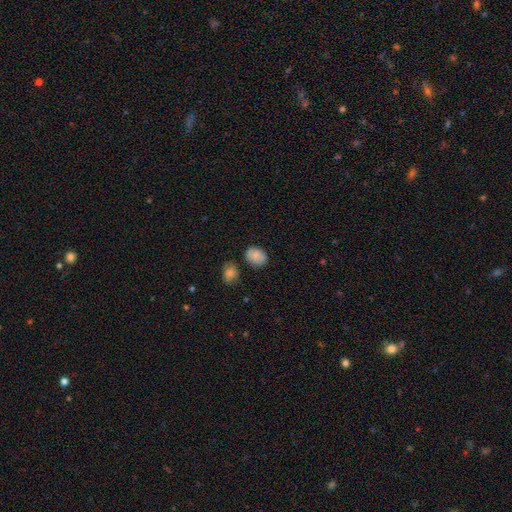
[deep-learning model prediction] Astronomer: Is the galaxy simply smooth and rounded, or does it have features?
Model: smooth — 83%.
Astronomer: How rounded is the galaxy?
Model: in between — 57% (runner-up: round, 42%).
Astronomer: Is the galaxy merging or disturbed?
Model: none — 73%.